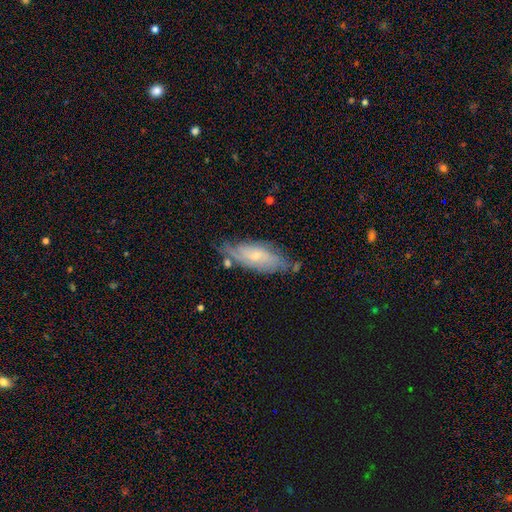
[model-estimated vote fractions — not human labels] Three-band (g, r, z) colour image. It shows a featured or disk galaxy (59%). Merging: none (65%).